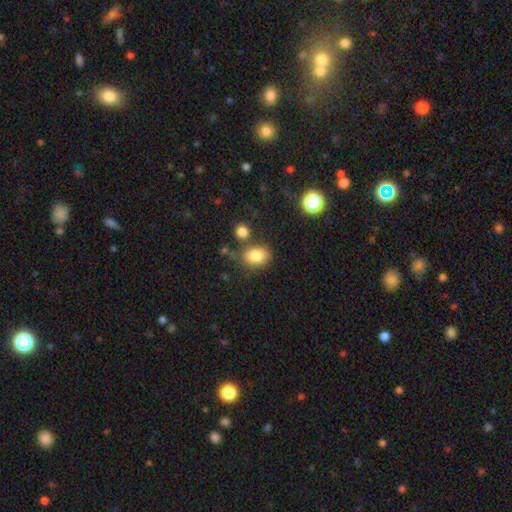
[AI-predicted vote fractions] Q: Smooth or featured?
A: smooth (82%); runner-up: star or artifact (10%)
Q: How rounded?
A: in between (58%); runner-up: round (41%)
Q: Merging?
A: none (68%); runner-up: minor disturbance (15%)